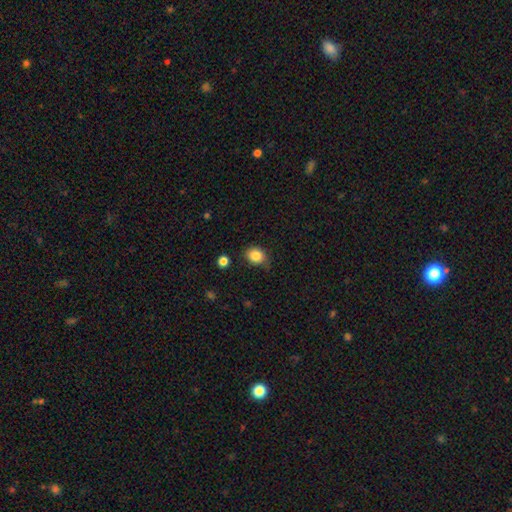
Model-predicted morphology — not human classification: smooth-or-featured: smooth: 85% | star or artifact: 10% | featured or disk: 5%
  how-rounded: round: 59% | in between: 40% | cigar-shaped: 1%
  merging: none: 71% | minor disturbance: 22% | major disturbance: 4% | merger: 3%